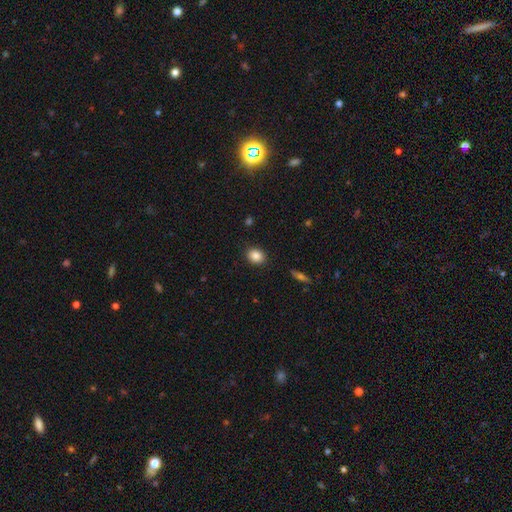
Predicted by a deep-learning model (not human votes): Overall: smooth (85%). How rounded: round (55%; in between 44%). Merging: none (89%).